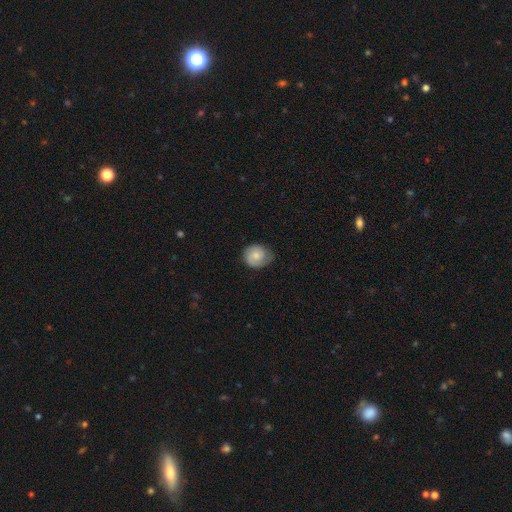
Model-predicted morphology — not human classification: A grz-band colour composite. It shows a smooth galaxy with no disk features (60%) that is round (75%). Merging: none (66%).